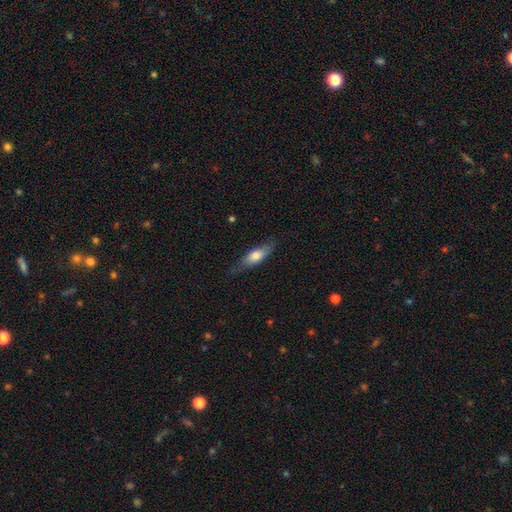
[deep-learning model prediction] smooth_or_featured: smooth (p=0.64) [alt: featured or disk p=0.30]
how_rounded: in between (p=0.54) [alt: cigar-shaped p=0.44]
merging: none (p=0.69) [alt: minor disturbance p=0.23]